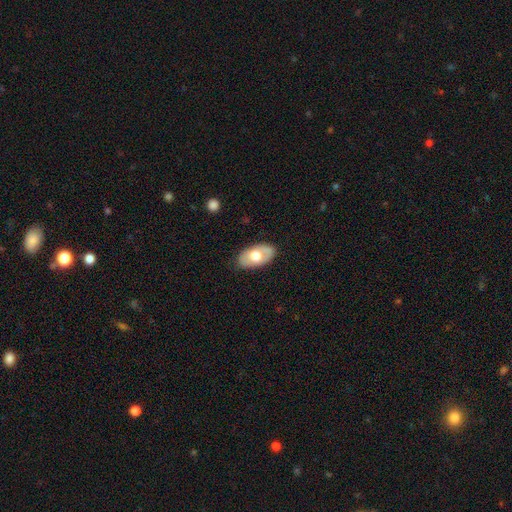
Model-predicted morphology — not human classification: Smooth or featured: smooth — 58% (featured or disk — 37%)
How rounded: in between — 93% (round — 5%)
Merging: none — 82% (minor disturbance — 14%)